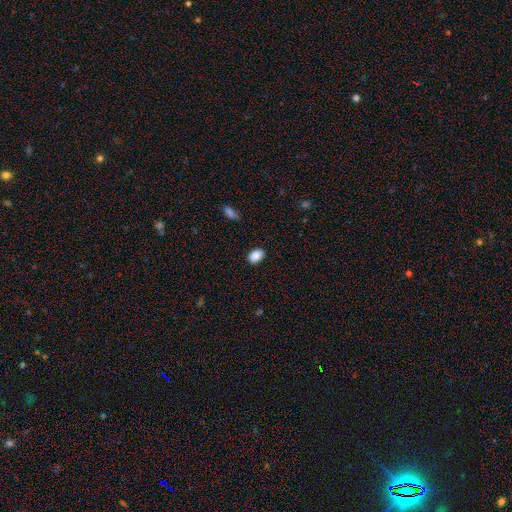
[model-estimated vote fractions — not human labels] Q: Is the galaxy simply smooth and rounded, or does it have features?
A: smooth — 88%.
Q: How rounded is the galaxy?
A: in between — 83%.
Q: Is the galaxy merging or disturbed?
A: none — 86%.